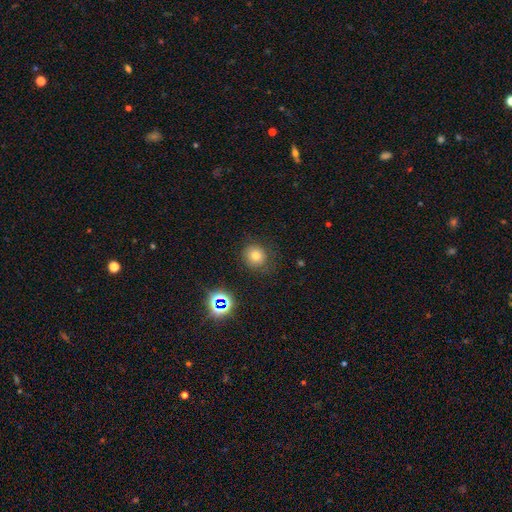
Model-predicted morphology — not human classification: A smooth galaxy with no disk features (72%) that is round (83%).

Vote fractions:
- Smooth or featured? smooth: 72% / star or artifact: 18% / featured or disk: 10%
- How rounded? round: 83% / in between: 16% / cigar-shaped: 1%
- Merging? none: 79% / minor disturbance: 14% / major disturbance: 5% / merger: 2%